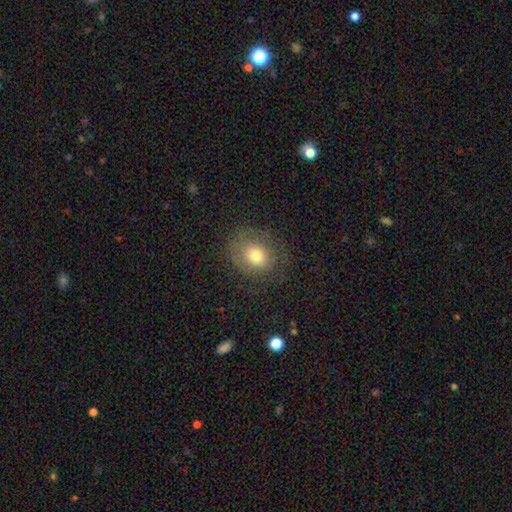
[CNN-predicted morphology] smooth-or-featured: smooth: 71% | featured or disk: 17% | star or artifact: 13%
  how-rounded: round: 67% | in between: 32% | cigar-shaped: 1%
  merging: none: 71% | minor disturbance: 17% | major disturbance: 11% | merger: 1%